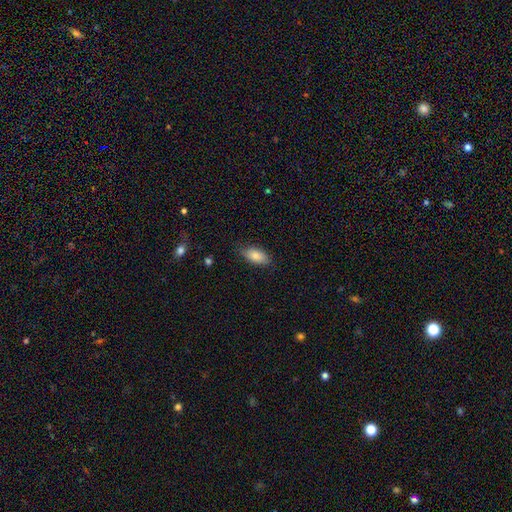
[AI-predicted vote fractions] Smooth or featured?
  - smooth: 81% *
  - featured or disk: 12%
  - star or artifact: 7%
How rounded?
  - in between: 89% *
  - cigar-shaped: 7%
  - round: 3%
Merging?
  - none: 79% *
  - minor disturbance: 17%
  - major disturbance: 3%
  - merger: 1%